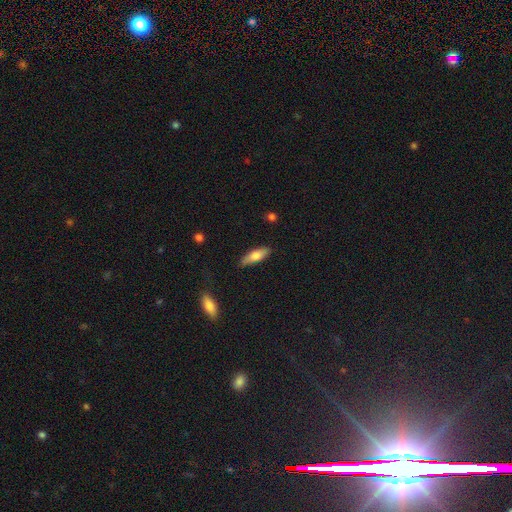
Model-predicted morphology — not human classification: smooth-or-featured: smooth: 72% | featured or disk: 23% | star or artifact: 6%
  how-rounded: in between: 52% | cigar-shaped: 46% | round: 2%
  merging: none: 82% | minor disturbance: 14% | major disturbance: 3% | merger: 1%